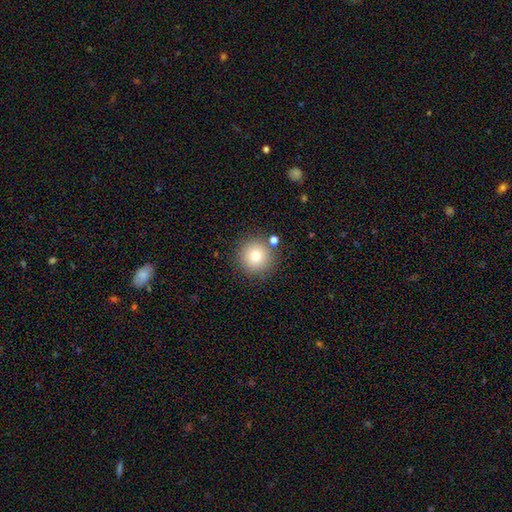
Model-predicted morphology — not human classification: This is likely a smooth galaxy (77%). How rounded: clearly round (95%). Merging: clearly none (83%).